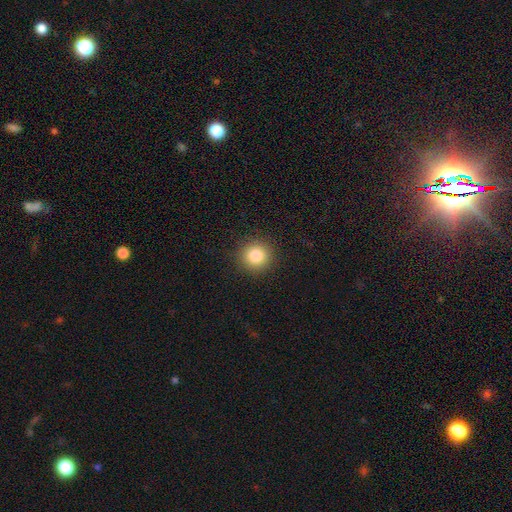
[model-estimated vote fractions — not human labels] smooth 83%, star or artifact 11%, featured or disk 6%. Down the decision tree: how rounded — round (93%); merging — none (91%).